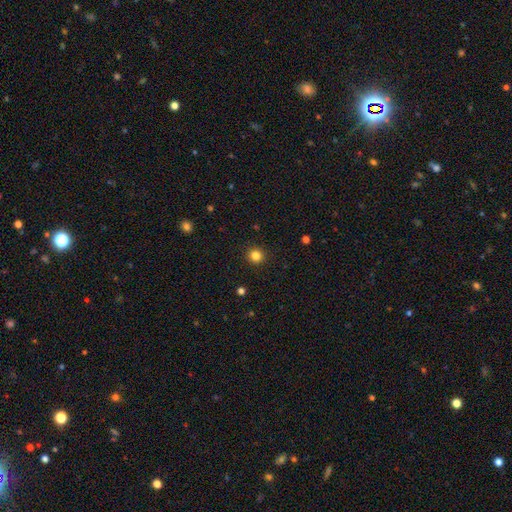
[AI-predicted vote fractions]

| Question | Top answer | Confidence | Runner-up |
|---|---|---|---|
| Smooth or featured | smooth | 83% | star or artifact (13%) |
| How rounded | round | 94% | in between (5%) |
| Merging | none | 93% | minor disturbance (5%) |